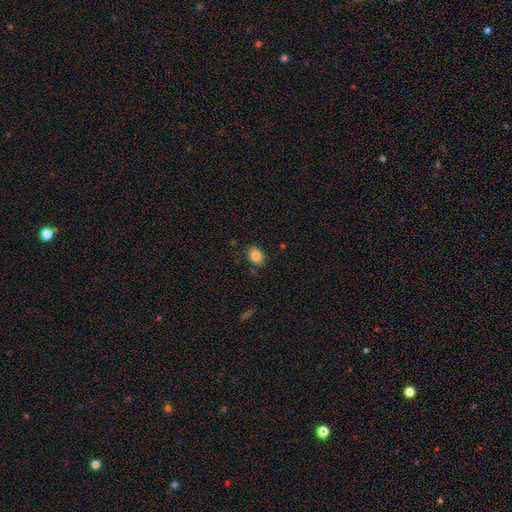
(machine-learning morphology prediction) Q: Smooth or featured?
A: smooth (85%); runner-up: star or artifact (9%)
Q: How rounded?
A: in between (71%); runner-up: round (28%)
Q: Merging?
A: none (82%); runner-up: minor disturbance (13%)